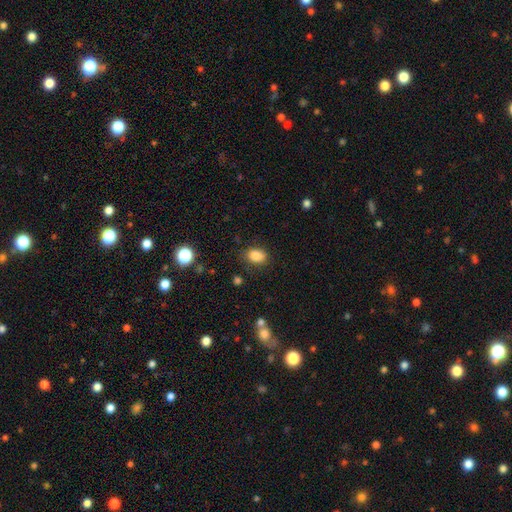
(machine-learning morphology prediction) A smooth galaxy with no disk features (84%) that is in between round and cigar-shaped (76%).

Vote fractions:
- Smooth or featured? smooth: 84% / star or artifact: 10% / featured or disk: 6%
- How rounded? in between: 76% / round: 22% / cigar-shaped: 1%
- Merging? none: 79% / minor disturbance: 15% / major disturbance: 4% / merger: 2%